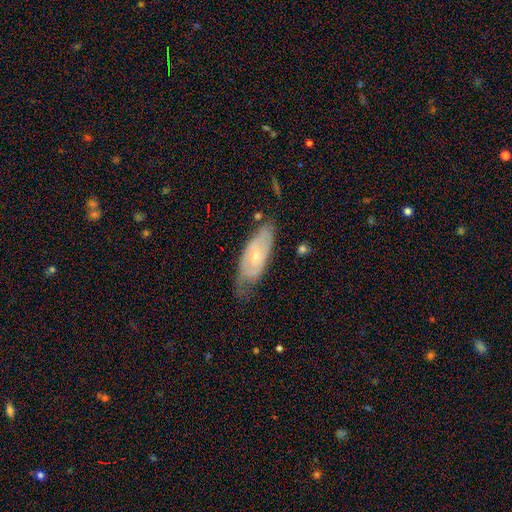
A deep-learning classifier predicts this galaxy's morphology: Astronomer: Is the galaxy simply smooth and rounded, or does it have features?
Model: featured or disk — 63%.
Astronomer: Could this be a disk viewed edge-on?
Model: no — 86%.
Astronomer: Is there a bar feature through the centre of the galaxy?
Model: no — 66%.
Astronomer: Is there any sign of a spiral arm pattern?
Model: yes — 73%.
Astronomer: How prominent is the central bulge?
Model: small — 64%.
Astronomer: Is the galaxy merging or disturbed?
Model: none — 54% (runner-up: minor disturbance, 32%).